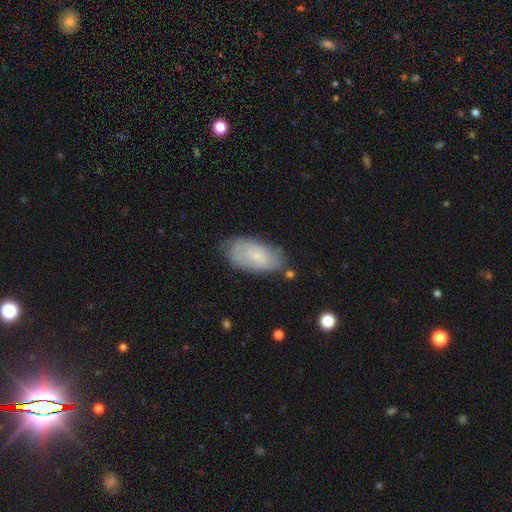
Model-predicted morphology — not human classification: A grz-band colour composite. It shows a smooth galaxy with no disk features (63%) that is in between round and cigar-shaped (93%). Merging: none (65%).